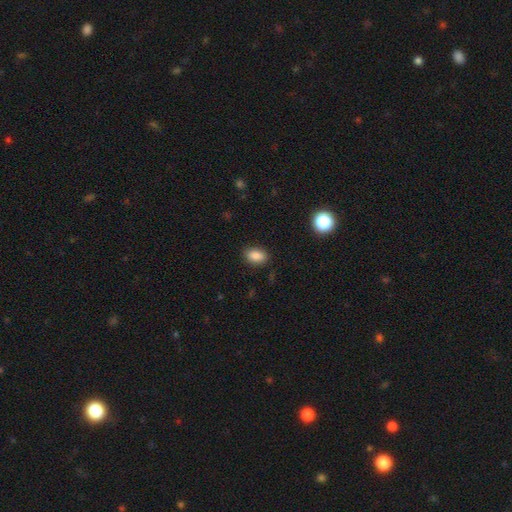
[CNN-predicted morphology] Overall: smooth (86%). How rounded: in between (84%). Merging: none (87%).